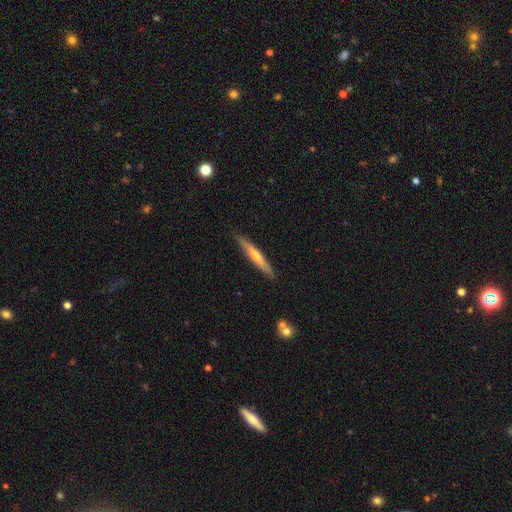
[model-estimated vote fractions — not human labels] smooth_or_featured: featured or disk (p=0.53) [alt: smooth p=0.40]
disk_edge_on: yes (p=0.95) [alt: no p=0.05]
edge_on_bulge: rounded (p=0.66) [alt: none p=0.29]
merging: none (p=0.89) [alt: minor disturbance p=0.08]